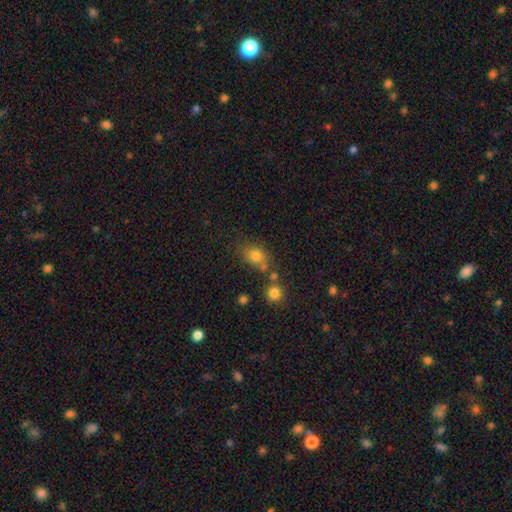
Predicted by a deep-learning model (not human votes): smooth-or-featured: smooth: 78% | star or artifact: 13% | featured or disk: 9%
  how-rounded: in between: 56% | round: 42% | cigar-shaped: 2%
  merging: none: 60% | merger: 17% | minor disturbance: 17% | major disturbance: 7%